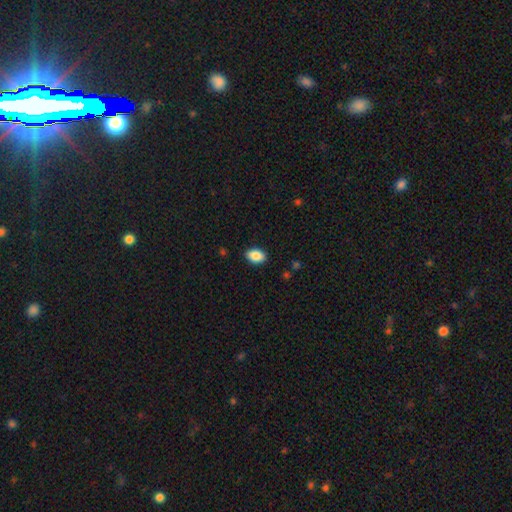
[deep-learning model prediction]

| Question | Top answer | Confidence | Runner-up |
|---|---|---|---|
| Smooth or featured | smooth | 88% | star or artifact (7%) |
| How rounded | in between | 88% | round (10%) |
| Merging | none | 89% | minor disturbance (8%) |